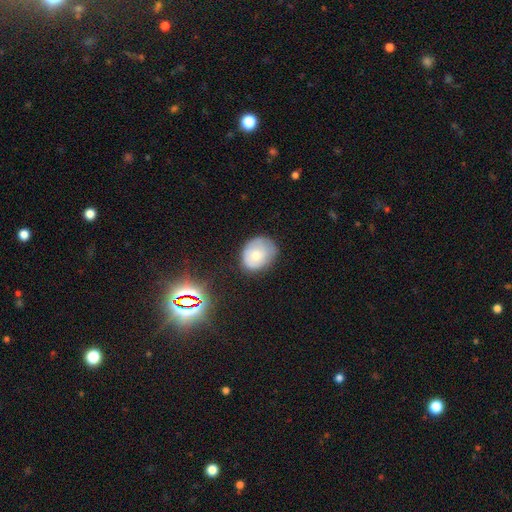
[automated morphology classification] smooth-or-featured: smooth: 69% | featured or disk: 22% | star or artifact: 9%
  how-rounded: in between: 52% | round: 47% | cigar-shaped: 1%
  merging: none: 66% | minor disturbance: 26% | major disturbance: 7% | merger: 2%